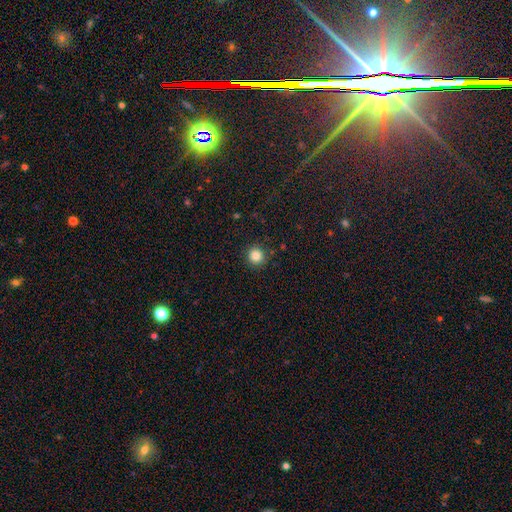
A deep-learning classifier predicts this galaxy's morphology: This appears to be a smooth galaxy with no disk features (85%) that is round (94%). Merging: none (90%).